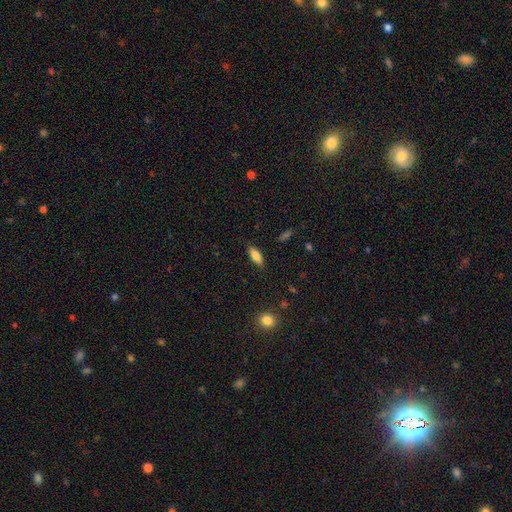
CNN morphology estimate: type=smooth (79%); roundness=in between (72%); merging=none (83%).